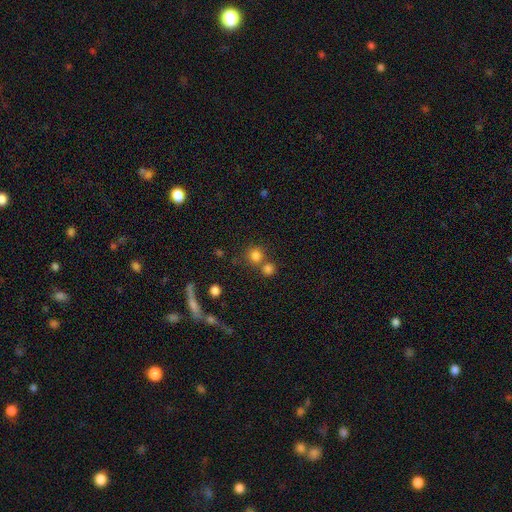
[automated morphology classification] A smooth galaxy with no disk features (78%) that is round (89%). Merging: none (60%).